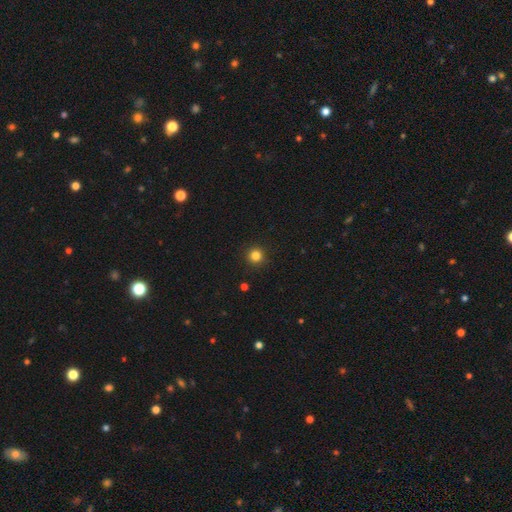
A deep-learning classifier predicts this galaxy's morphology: smooth 83%, star or artifact 13%, featured or disk 4%. Down the decision tree: how rounded — round (96%); merging — none (93%).